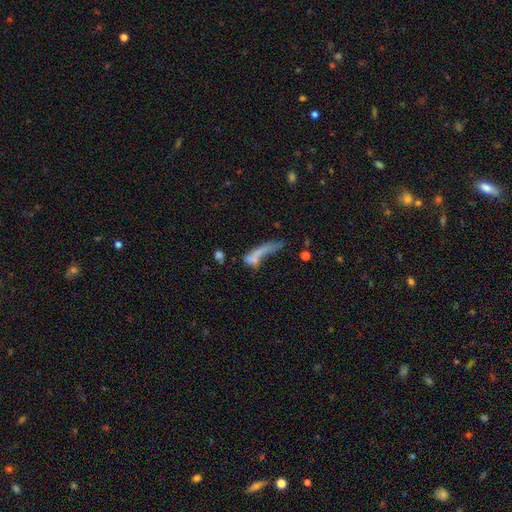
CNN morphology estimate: Smooth or featured? smooth (56%)
How rounded? cigar-shaped (64%)
Merging? major disturbance (34%)